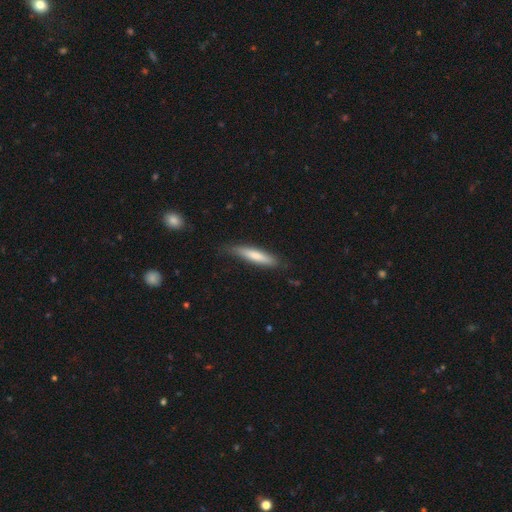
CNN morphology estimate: This is likely a smooth galaxy (73%). How rounded: clearly cigar-shaped (87%). Merging: likely none (77%).